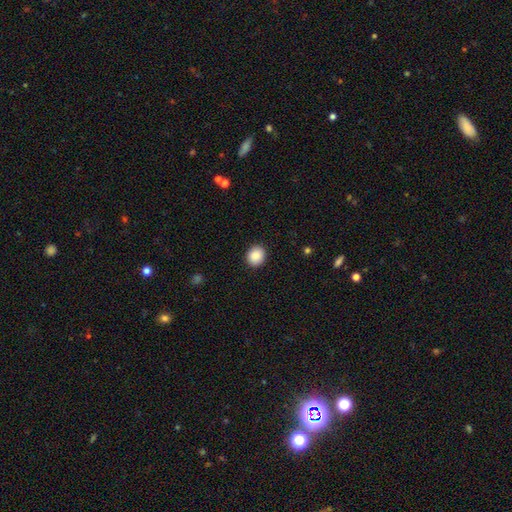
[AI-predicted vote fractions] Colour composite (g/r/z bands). It shows a smooth galaxy with no disk features (88%) that is round (77%). Merging: none (91%).